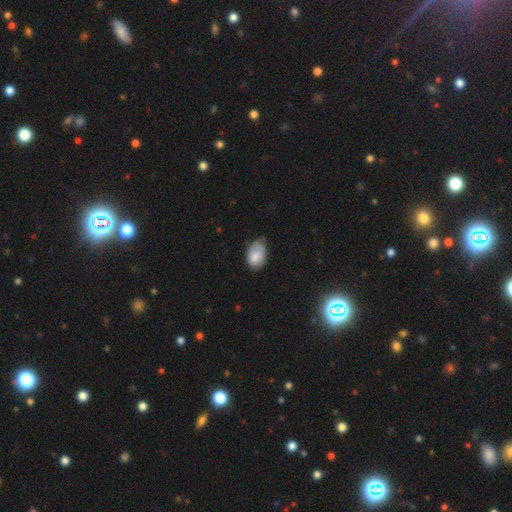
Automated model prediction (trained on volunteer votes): This appears to be a smooth galaxy with no disk features (83%) that is in between round and cigar-shaped (90%). Merging: none (60%).